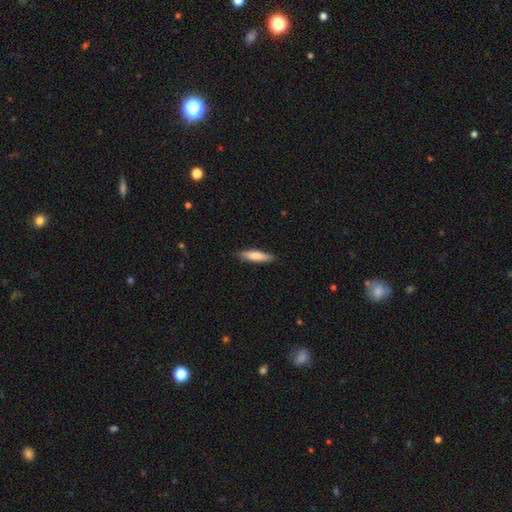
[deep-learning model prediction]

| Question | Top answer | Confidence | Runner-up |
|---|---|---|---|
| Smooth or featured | smooth | 78% | featured or disk (17%) |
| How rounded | cigar-shaped | 79% | in between (19%) |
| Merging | none | 88% | minor disturbance (9%) |